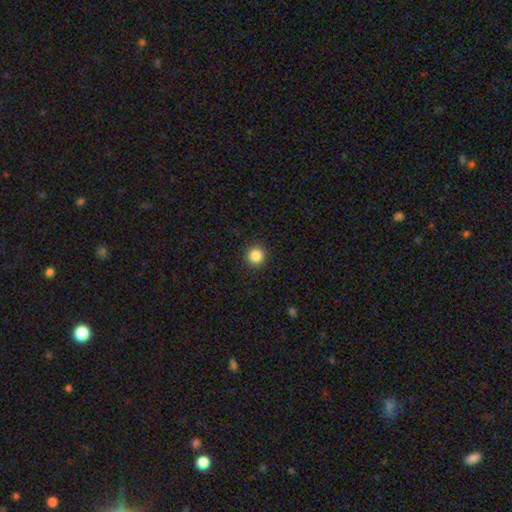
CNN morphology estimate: Overall: smooth (85%). How rounded: round (95%). Merging: none (93%).